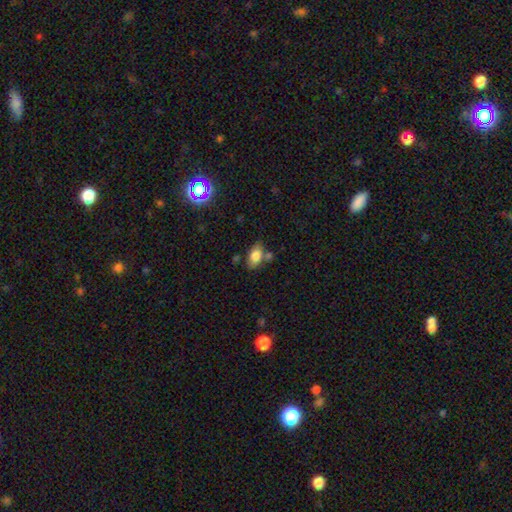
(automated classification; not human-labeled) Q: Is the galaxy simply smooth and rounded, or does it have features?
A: smooth — 80%.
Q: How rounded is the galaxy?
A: in between — 89%.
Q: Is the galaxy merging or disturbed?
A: none — 64%.